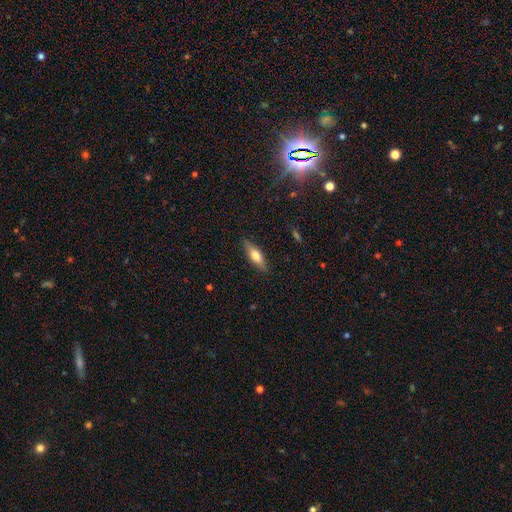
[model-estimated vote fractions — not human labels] Q: Smooth or featured?
A: smooth (57%); runner-up: featured or disk (36%)
Q: How rounded?
A: cigar-shaped (53%); runner-up: in between (44%)
Q: Merging?
A: none (87%); runner-up: minor disturbance (10%)